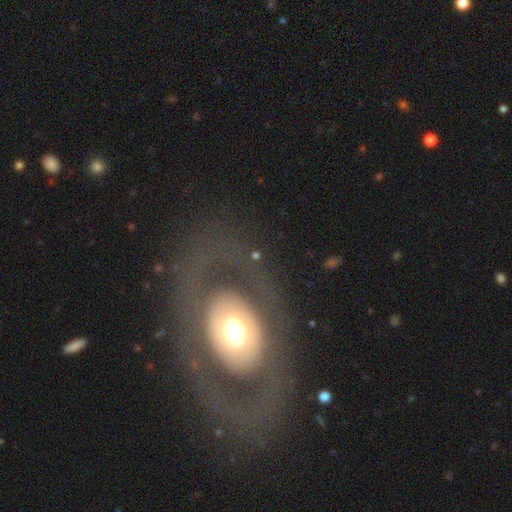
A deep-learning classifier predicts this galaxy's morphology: Smooth or featured? Predicted: featured or disk (p=0.63). Edge-on disk? Predicted: no (p=0.92). Bar? Predicted: no (p=0.82). Spiral arms? Predicted: no (p=0.78). Bulge size? Predicted: moderate (p=0.46). Merging? Predicted: none (p=0.79).